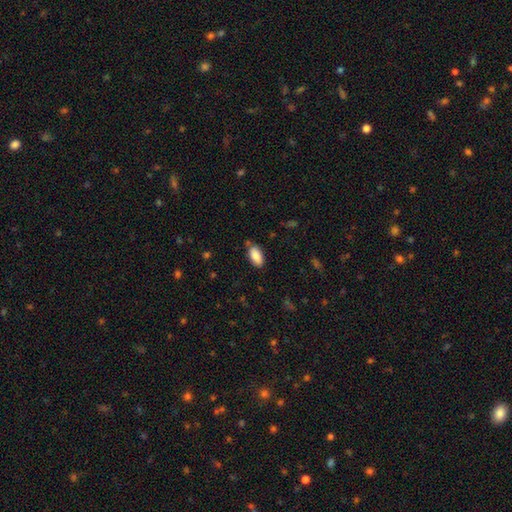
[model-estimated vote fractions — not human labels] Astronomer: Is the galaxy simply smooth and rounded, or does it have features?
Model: smooth — 87%.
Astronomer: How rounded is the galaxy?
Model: in between — 93%.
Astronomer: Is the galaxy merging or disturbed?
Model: none — 79%.